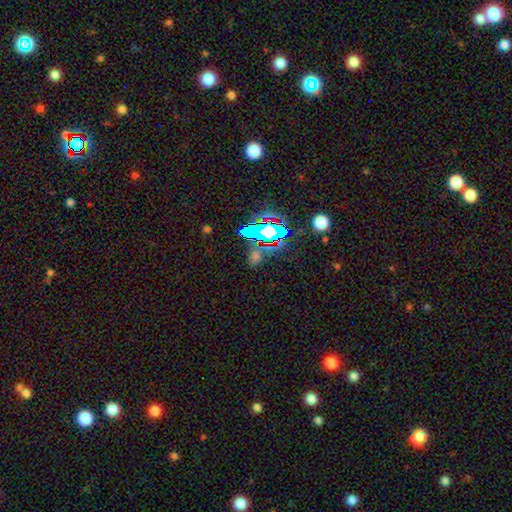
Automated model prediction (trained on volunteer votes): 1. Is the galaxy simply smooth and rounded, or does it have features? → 54% star or artifact, 35% smooth, 11% featured or disk.